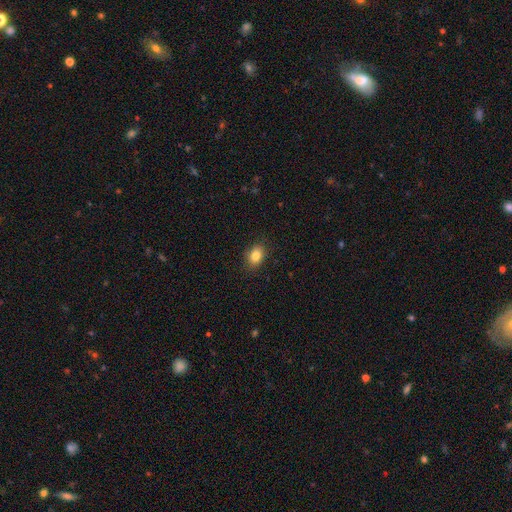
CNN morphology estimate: Smooth or featured? Predicted: smooth (p=0.83). How rounded? Predicted: in between (p=0.68). Merging? Predicted: none (p=0.87).